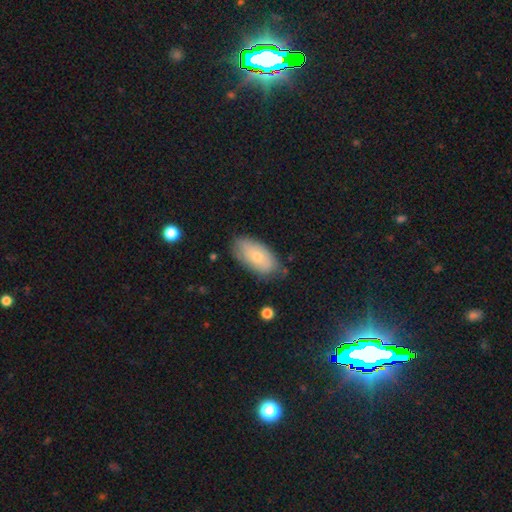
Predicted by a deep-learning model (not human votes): Smooth or featured? smooth (63%)
How rounded? in between (92%)
Merging? none (73%)